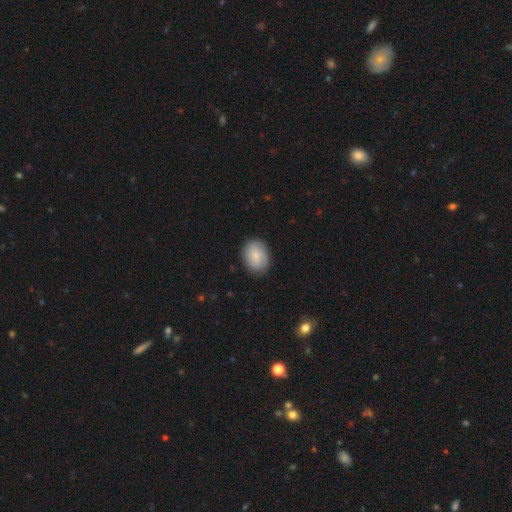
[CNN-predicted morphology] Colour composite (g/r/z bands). It shows a smooth galaxy with no disk features (75%) that is in between round and cigar-shaped (62%). Merging: none (84%).